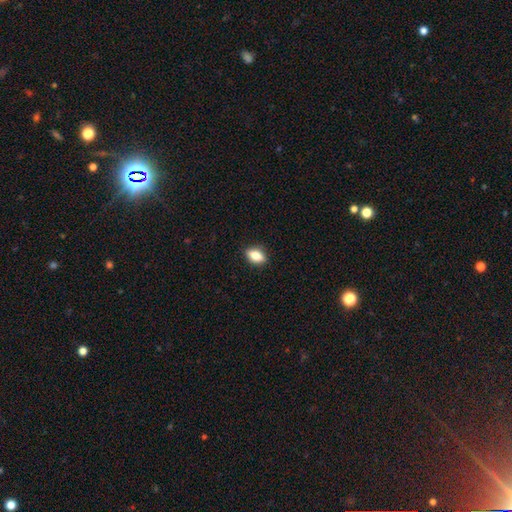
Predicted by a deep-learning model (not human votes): smooth_or_featured: smooth (p=0.84) [alt: star or artifact p=0.08]
how_rounded: in between (p=0.83) [alt: round p=0.13]
merging: none (p=0.87) [alt: minor disturbance p=0.10]